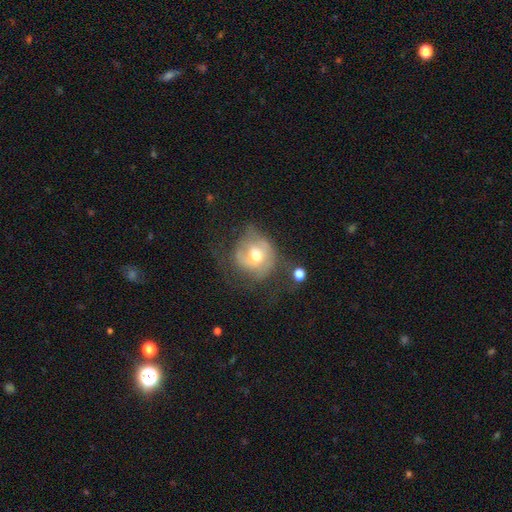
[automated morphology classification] Smooth or featured: featured or disk — 46% (smooth — 45%)
Merging: none — 39% (major disturbance — 31%)